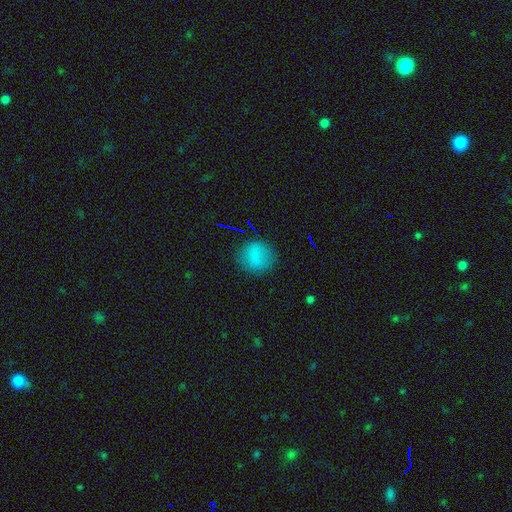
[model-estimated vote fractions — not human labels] Morphology: type=smooth (76%); roundness=round (82%); merging=none (84%).